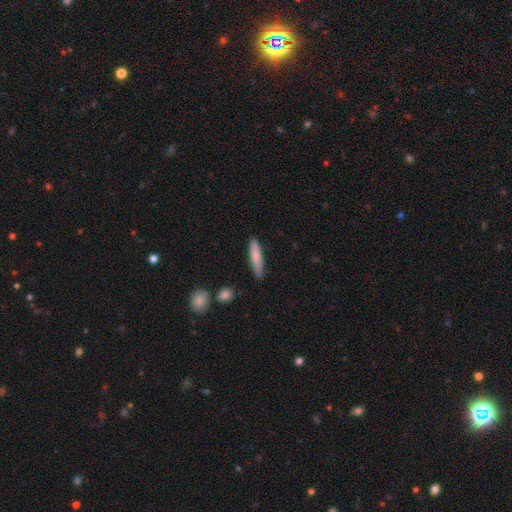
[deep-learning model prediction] Morphology: type=smooth (82%); roundness=cigar-shaped (83%); merging=none (85%).